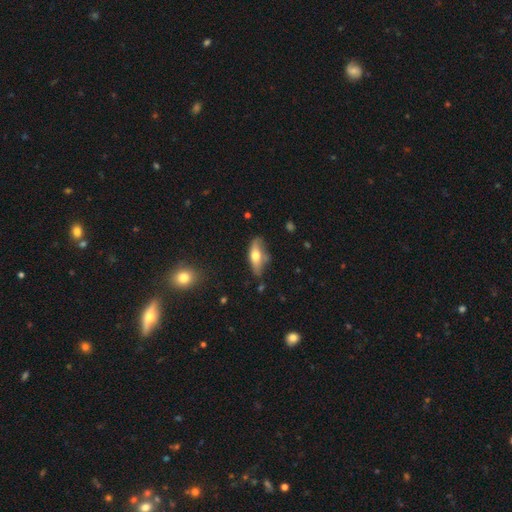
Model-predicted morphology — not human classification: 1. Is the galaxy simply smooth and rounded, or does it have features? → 57% smooth, 36% featured or disk, 7% star or artifact.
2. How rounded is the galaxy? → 66% in between, 30% cigar-shaped, 4% round.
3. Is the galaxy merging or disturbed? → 54% none, 29% minor disturbance, 11% major disturbance, 7% merger.